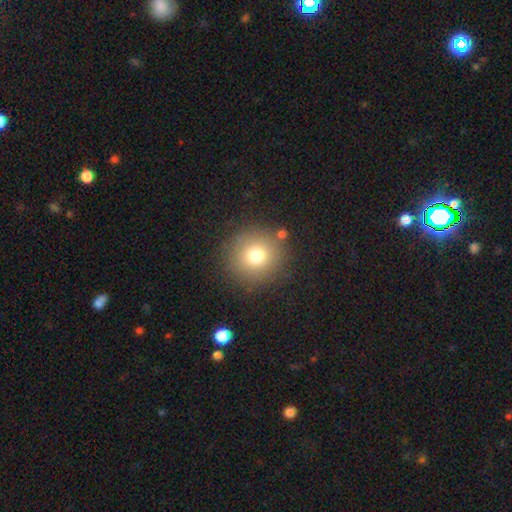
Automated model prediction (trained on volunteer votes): A smooth galaxy with no disk features (77%) that is round (93%).

Vote fractions:
- Smooth or featured? smooth: 77% / star or artifact: 13% / featured or disk: 10%
- How rounded? round: 93% / in between: 6% / cigar-shaped: 1%
- Merging? none: 85% / minor disturbance: 8% / major disturbance: 3% / merger: 3%